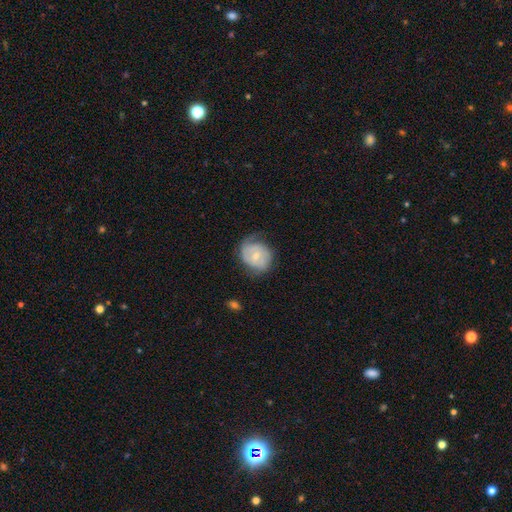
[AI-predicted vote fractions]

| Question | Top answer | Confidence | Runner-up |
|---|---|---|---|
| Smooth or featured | featured or disk | 57% | smooth (37%) |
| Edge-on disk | no | 97% | yes (3%) |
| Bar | no | 56% | weak (37%) |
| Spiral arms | yes | 81% | no (19%) |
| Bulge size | small | 55% | moderate (40%) |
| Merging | none | 53% | minor disturbance (30%) |